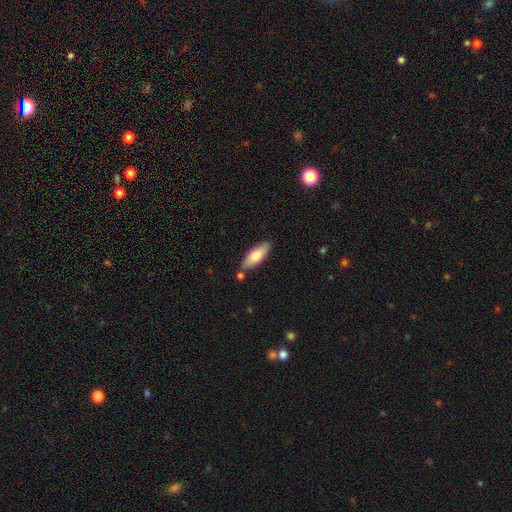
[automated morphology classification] The model was most divided on "how rounded": in between: 67%, cigar-shaped: 31%, round: 2%. More confident: merging — none (79%); smooth or featured — smooth (73%).